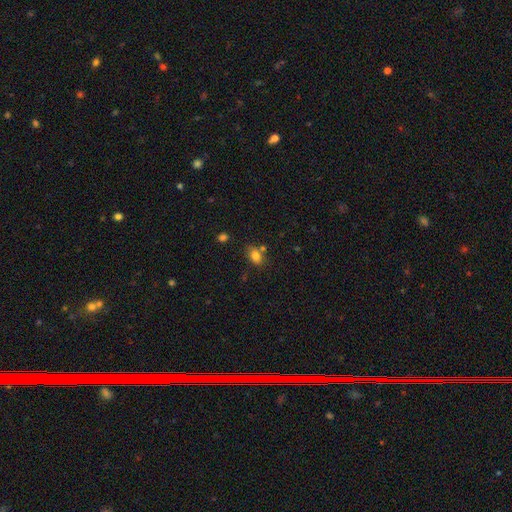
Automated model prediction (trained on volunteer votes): A smooth galaxy with no disk features (82%) that is in between round and cigar-shaped (78%). Merging: none (67%).